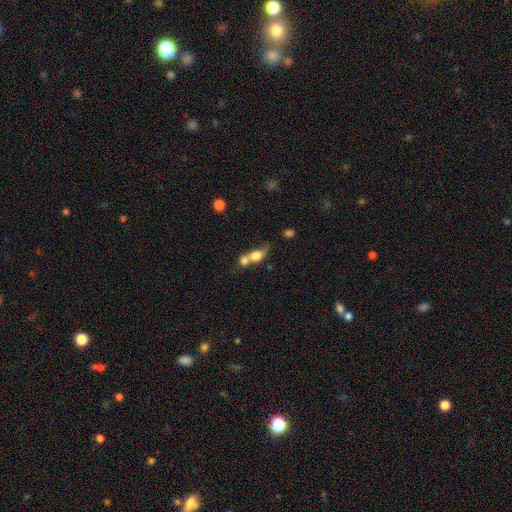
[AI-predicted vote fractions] smooth 70%, featured or disk 21%, star or artifact 10%. Down the decision tree: how rounded — round (51%); merging — merger (71%).